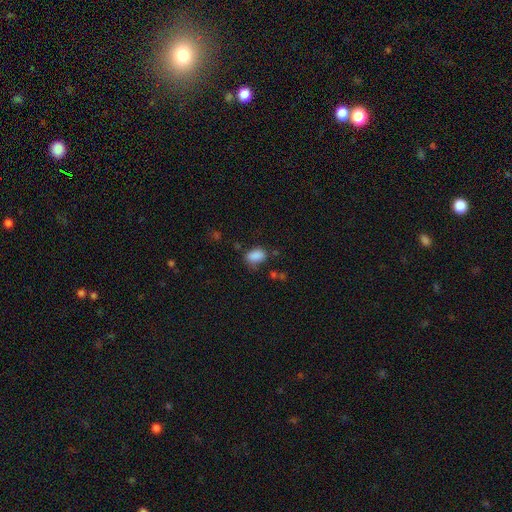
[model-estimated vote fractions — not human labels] smooth_or_featured: smooth (p=0.86) [alt: star or artifact p=0.09]
how_rounded: in between (p=0.83) [alt: round p=0.16]
merging: none (p=0.68) [alt: minor disturbance p=0.22]